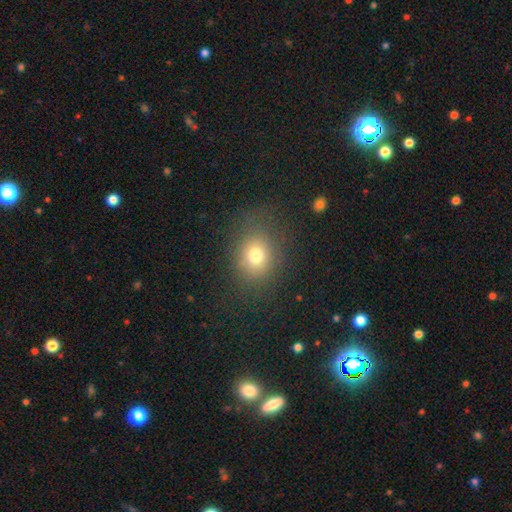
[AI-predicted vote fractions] Q: Smooth or featured?
A: smooth (74%); runner-up: star or artifact (16%)
Q: How rounded?
A: round (63%); runner-up: in between (36%)
Q: Merging?
A: none (80%); runner-up: minor disturbance (12%)